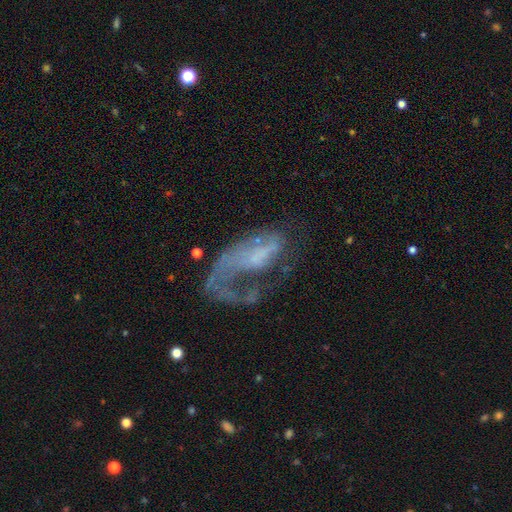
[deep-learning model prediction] Smooth or featured? featured or disk (70%)
Edge-on disk? no (95%)
Bar? no (68%)
Spiral arms? yes (60%)
Bulge size? none (46%)
Merging? major disturbance (53%)